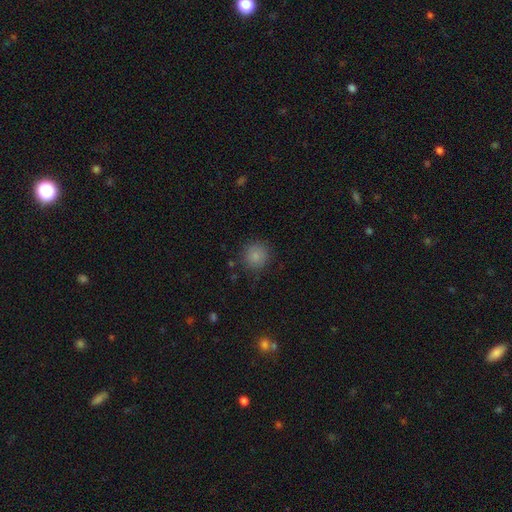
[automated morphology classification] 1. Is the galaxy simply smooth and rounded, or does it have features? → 85% smooth, 10% star or artifact, 5% featured or disk.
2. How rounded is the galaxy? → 91% round, 8% in between, 1% cigar-shaped.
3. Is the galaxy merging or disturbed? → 84% none, 11% minor disturbance, 3% major disturbance, 2% merger.